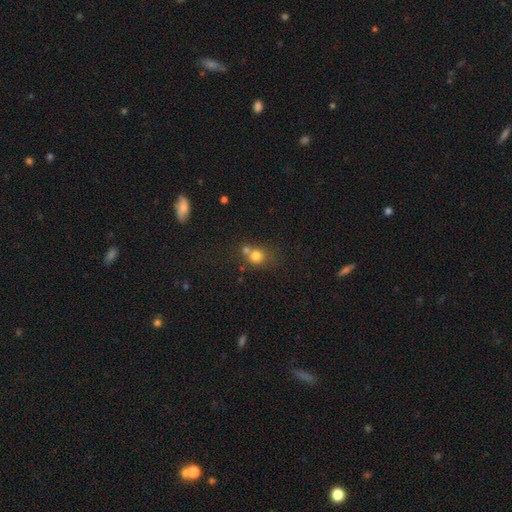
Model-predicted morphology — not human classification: A smooth galaxy with no disk features (76%) that is round (80%). Merging: merger (44%).